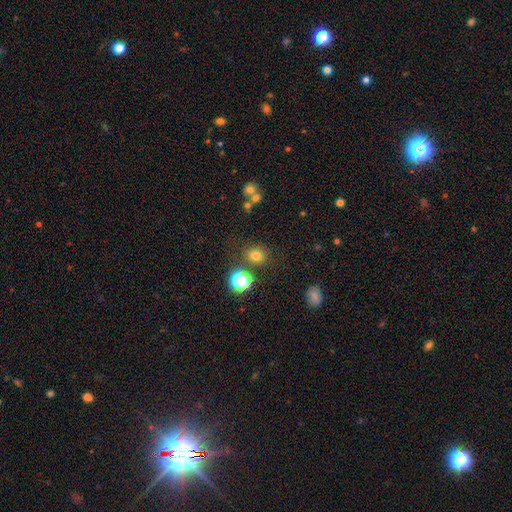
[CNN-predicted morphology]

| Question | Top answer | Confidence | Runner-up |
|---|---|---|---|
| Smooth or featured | smooth | 75% | star or artifact (19%) |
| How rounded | round | 68% | in between (31%) |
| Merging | none | 79% | minor disturbance (10%) |